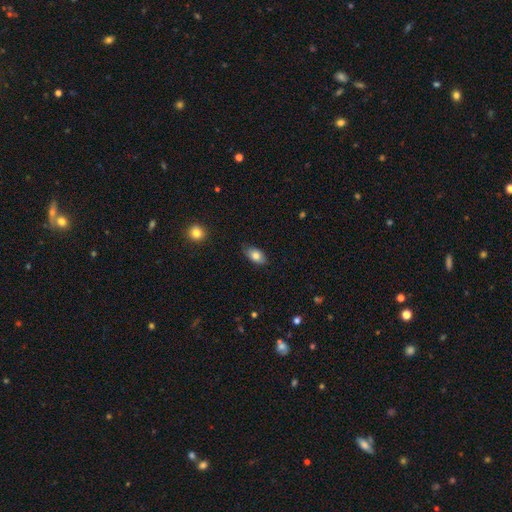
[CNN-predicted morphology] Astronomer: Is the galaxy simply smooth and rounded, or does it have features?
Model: smooth — 80%.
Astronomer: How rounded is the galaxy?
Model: in between — 91%.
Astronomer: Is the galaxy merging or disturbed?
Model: none — 80%.